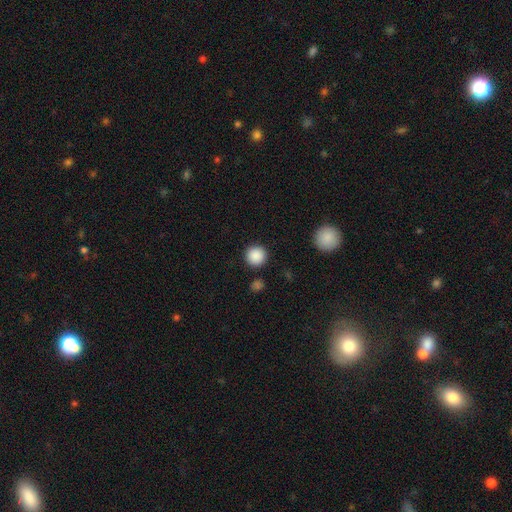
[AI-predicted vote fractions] smooth 89%, star or artifact 9%, featured or disk 3%. Down the decision tree: how rounded — round (95%); merging — none (90%).